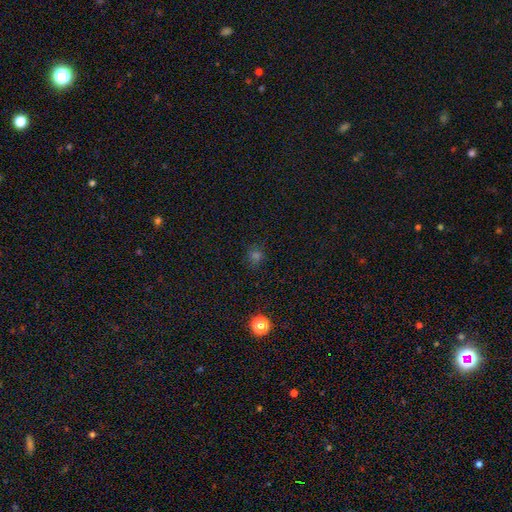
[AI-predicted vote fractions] Smooth or featured?
  - smooth: 65% *
  - star or artifact: 29%
  - featured or disk: 6%
How rounded?
  - round: 82% *
  - in between: 17%
  - cigar-shaped: 1%
Merging?
  - none: 82% *
  - minor disturbance: 12%
  - major disturbance: 4%
  - merger: 2%